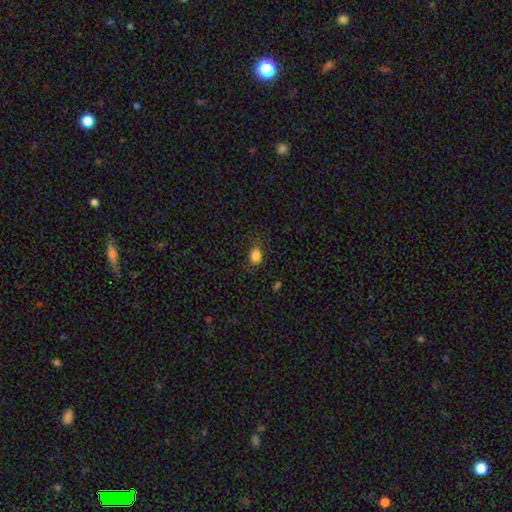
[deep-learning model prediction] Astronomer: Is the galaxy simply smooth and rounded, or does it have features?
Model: smooth — 85%.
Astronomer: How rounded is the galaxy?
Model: in between — 75%.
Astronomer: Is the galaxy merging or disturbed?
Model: none — 78%.